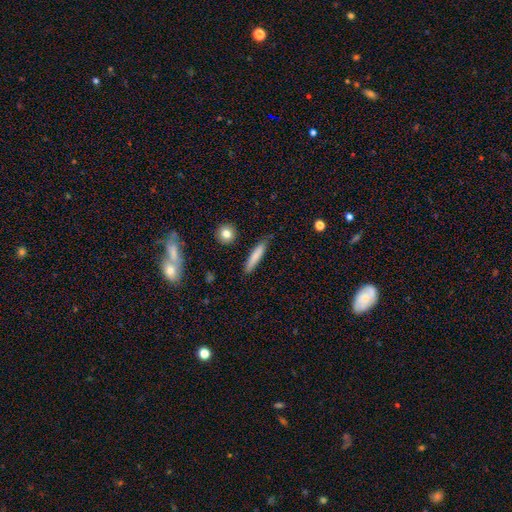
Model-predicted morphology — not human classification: Smooth or featured? smooth (77%)
How rounded? cigar-shaped (87%)
Merging? none (83%)